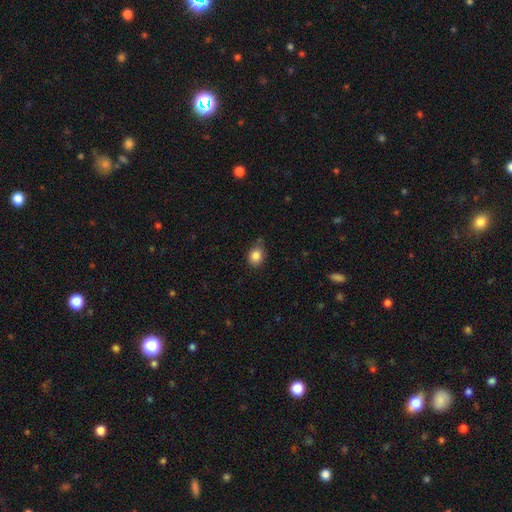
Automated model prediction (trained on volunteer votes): Morphology: type=smooth (86%); roundness=round (50%); merging=none (72%).